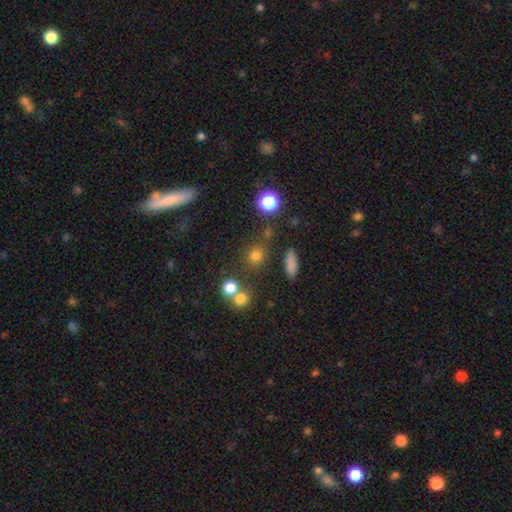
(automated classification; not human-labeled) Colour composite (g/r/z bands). It shows a smooth galaxy with no disk features (74%) that is round (82%). Merging: none (73%).